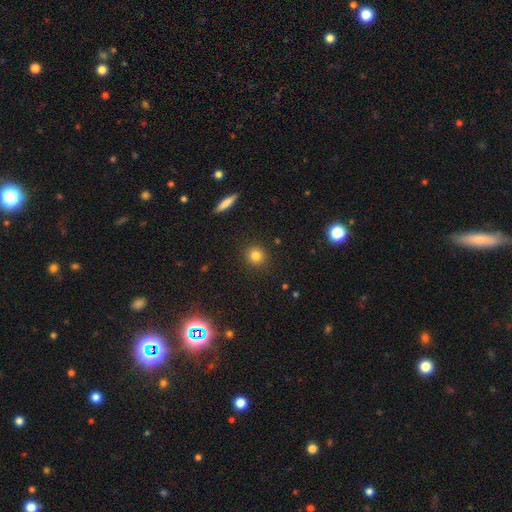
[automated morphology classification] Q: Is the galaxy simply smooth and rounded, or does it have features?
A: smooth — 81%.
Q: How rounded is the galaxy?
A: round — 90%.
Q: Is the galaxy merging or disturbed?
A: none — 91%.